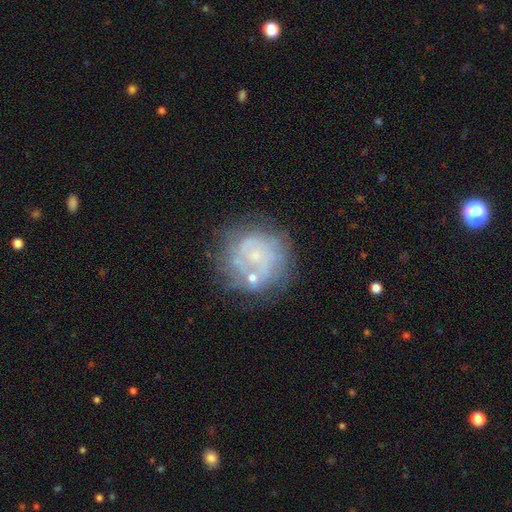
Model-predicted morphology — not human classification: The model was most divided on "spiral arms": yes: 58%, no: 42%. More confident: edge-on disk — no (98%); bar — no (81%); smooth or featured — featured or disk (65%); bulge size — small (64%); merging — none (62%).